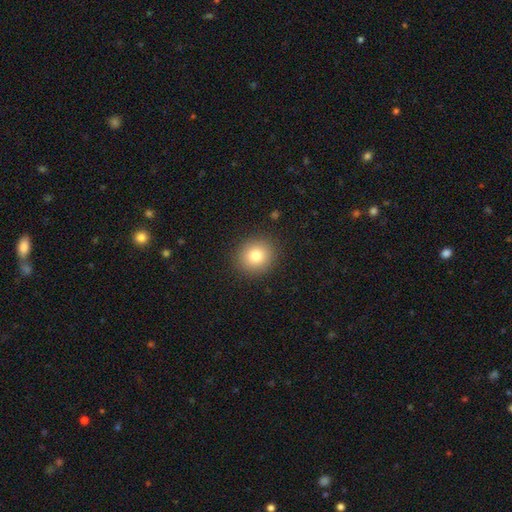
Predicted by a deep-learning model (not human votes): Morphology: type=smooth (81%); roundness=round (86%); merging=none (90%).